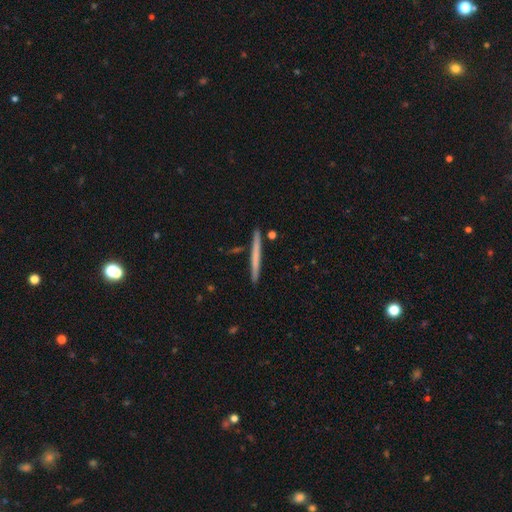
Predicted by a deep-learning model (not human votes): Smooth or featured? smooth (56%)
How rounded? cigar-shaped (97%)
Merging? none (91%)